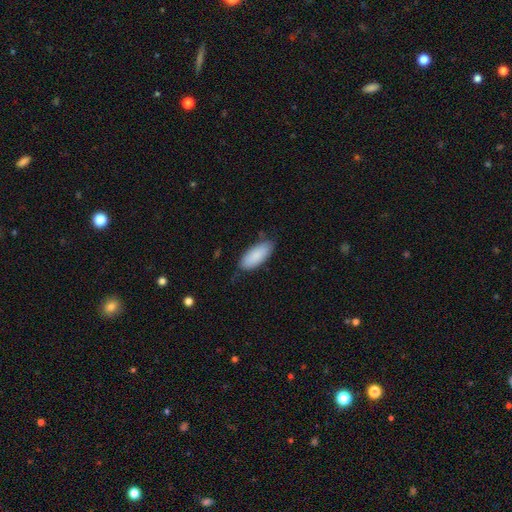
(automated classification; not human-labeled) Morphology: type=smooth (88%); roundness=in between (83%); merging=none (76%).